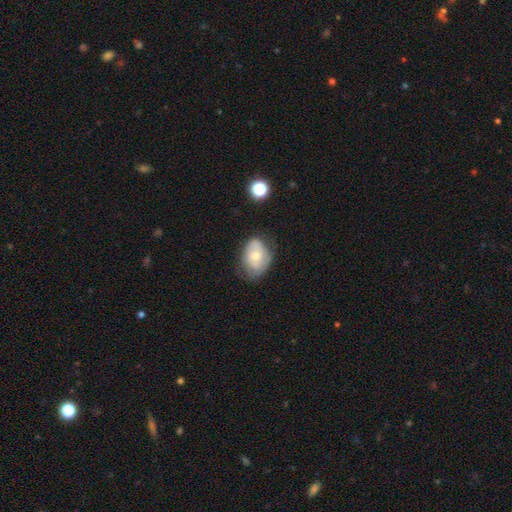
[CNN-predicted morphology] A smooth galaxy with no disk features (53%) that is in between round and cigar-shaped (73%). Merging: none (56%).